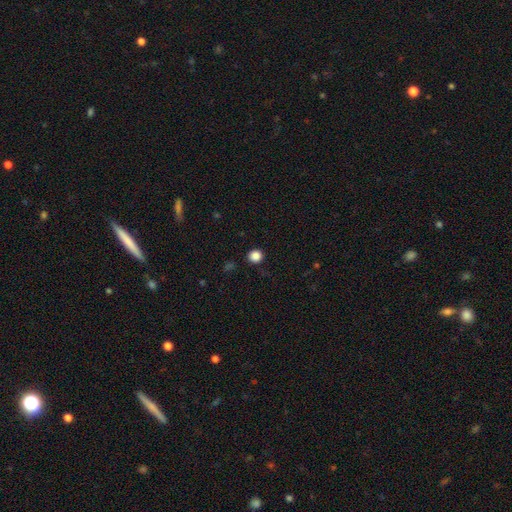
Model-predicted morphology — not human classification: Smooth or featured? smooth (86%)
How rounded? round (87%)
Merging? none (91%)